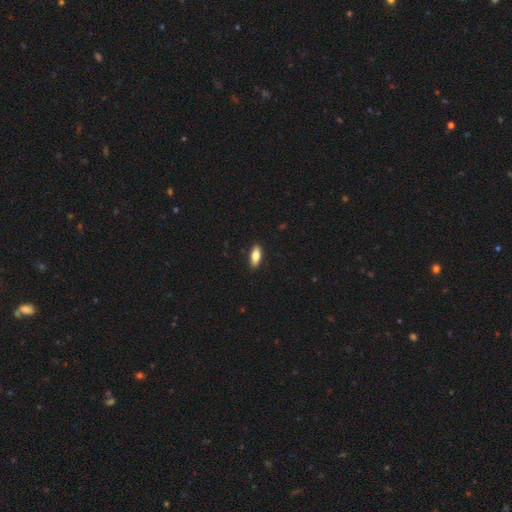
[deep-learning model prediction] Smooth or featured?
  - smooth: 76% *
  - featured or disk: 18%
  - star or artifact: 6%
How rounded?
  - in between: 74% *
  - cigar-shaped: 24%
  - round: 2%
Merging?
  - none: 90% *
  - minor disturbance: 8%
  - major disturbance: 2%
  - merger: 1%